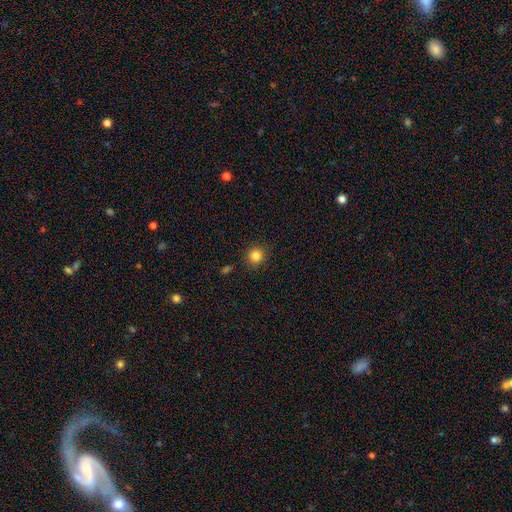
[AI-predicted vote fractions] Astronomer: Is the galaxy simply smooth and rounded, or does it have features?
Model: smooth — 84%.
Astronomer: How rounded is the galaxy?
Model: round — 90%.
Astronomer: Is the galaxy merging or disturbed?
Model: none — 87%.